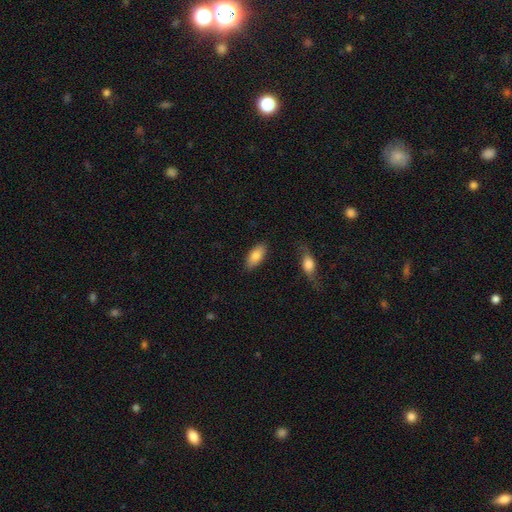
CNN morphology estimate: smooth 79%, featured or disk 14%, star or artifact 6%. Down the decision tree: how rounded — in between (89%); merging — none (85%).